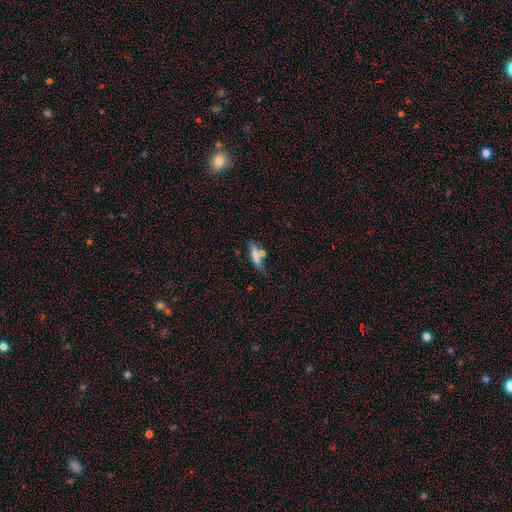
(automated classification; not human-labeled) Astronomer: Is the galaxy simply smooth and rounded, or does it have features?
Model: smooth — 71%.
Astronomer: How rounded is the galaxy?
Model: cigar-shaped — 66%.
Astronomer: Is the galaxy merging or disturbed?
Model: none — 60%.